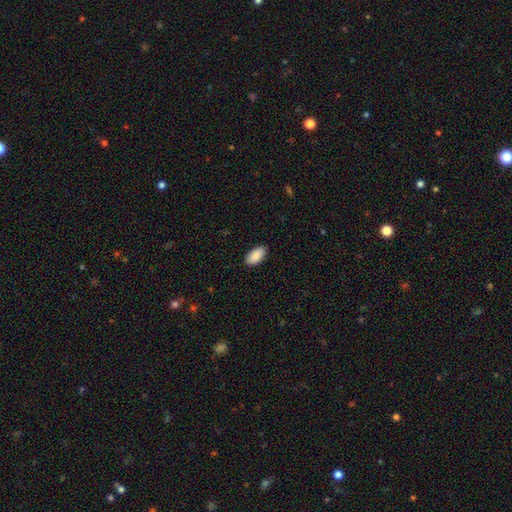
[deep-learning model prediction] smooth_or_featured: smooth (p=0.90) [alt: star or artifact p=0.06]
how_rounded: in between (p=0.95) [alt: cigar-shaped p=0.02]
merging: none (p=0.89) [alt: minor disturbance p=0.09]